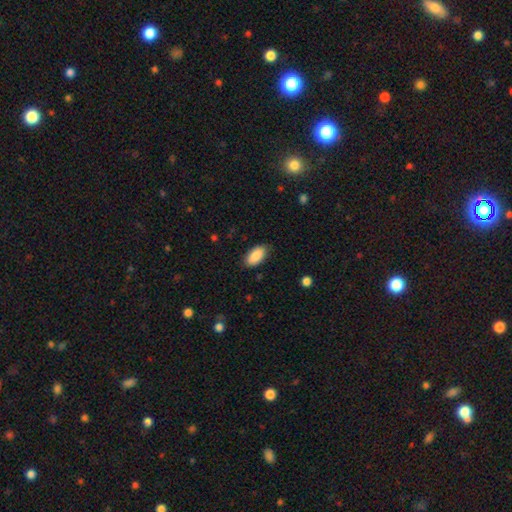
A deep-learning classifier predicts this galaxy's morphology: Smooth or featured?
  - smooth: 89% *
  - star or artifact: 6%
  - featured or disk: 5%
How rounded?
  - in between: 94% *
  - cigar-shaped: 3%
  - round: 2%
Merging?
  - none: 83% *
  - minor disturbance: 13%
  - major disturbance: 3%
  - merger: 1%